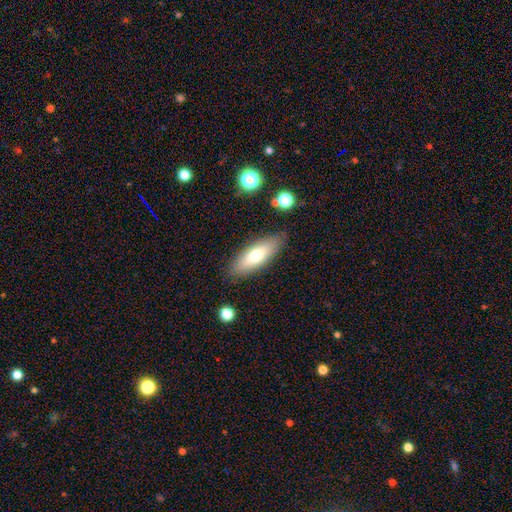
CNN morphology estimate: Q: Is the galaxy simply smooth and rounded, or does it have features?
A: smooth — 67%.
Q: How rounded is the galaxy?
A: in between — 61%.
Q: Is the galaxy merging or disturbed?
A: none — 84%.